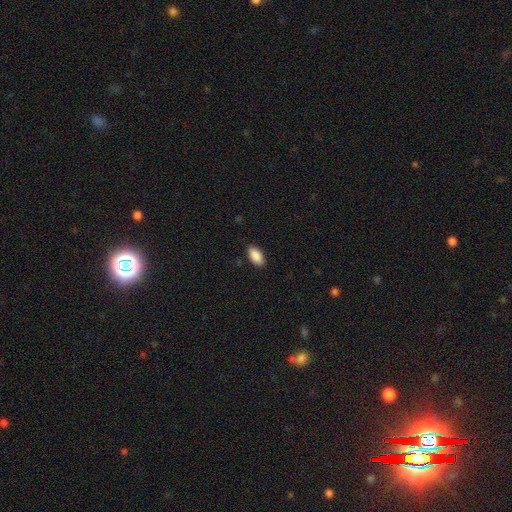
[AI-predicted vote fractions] Smooth or featured?
  - smooth: 90% *
  - star or artifact: 7%
  - featured or disk: 4%
How rounded?
  - in between: 94% *
  - cigar-shaped: 4%
  - round: 3%
Merging?
  - none: 88% *
  - minor disturbance: 9%
  - major disturbance: 2%
  - merger: 1%